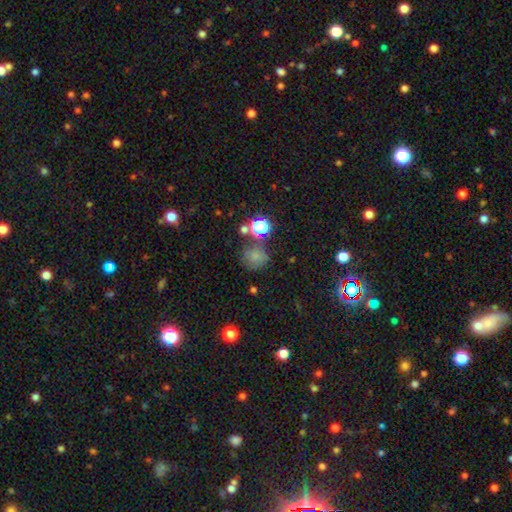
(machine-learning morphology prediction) A smooth galaxy with no disk features (69%) that is round (85%). Merging: none (63%).